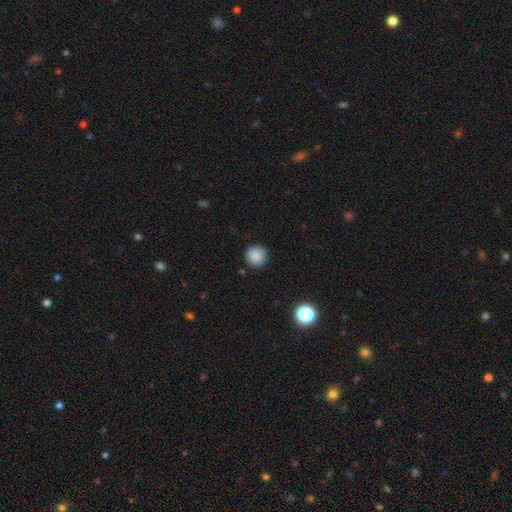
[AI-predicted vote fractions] Overall: smooth (87%). How rounded: round (95%). Merging: none (89%).